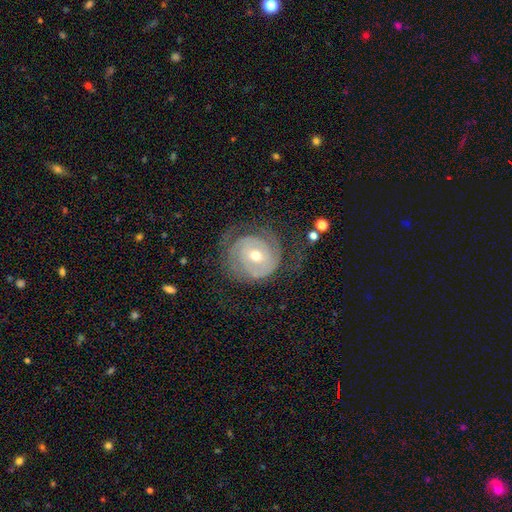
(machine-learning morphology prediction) A featured or disk galaxy (82%) with no bar (59%), 2 (49%) tight (69%) spiral arms (92%) and a moderate central bulge (56%). Merging: none (65%).